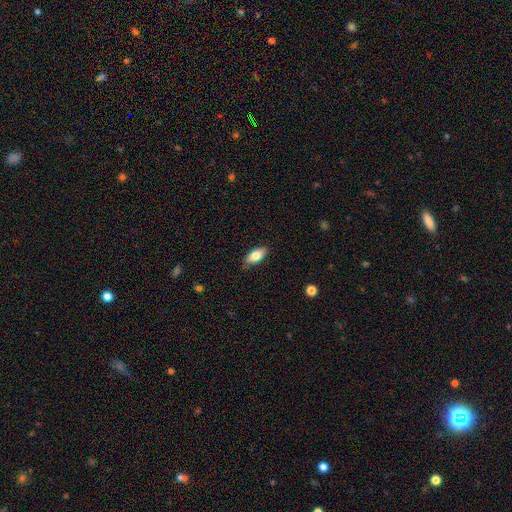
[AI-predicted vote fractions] smooth 78%, featured or disk 15%, star or artifact 7%. Down the decision tree: how rounded — in between (88%); merging — none (83%).